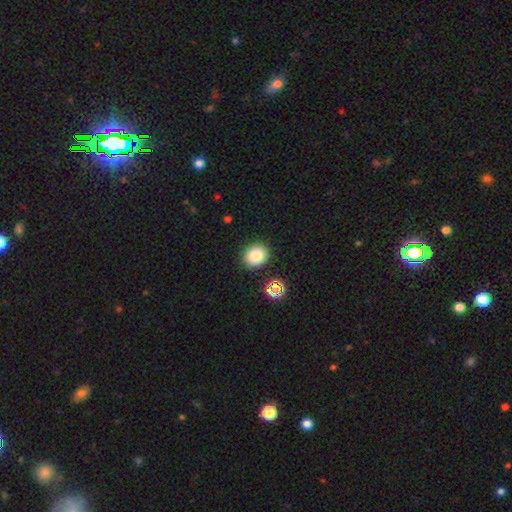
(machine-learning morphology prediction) smooth-or-featured: smooth: 81% | star or artifact: 13% | featured or disk: 6%
  how-rounded: round: 67% | in between: 32% | cigar-shaped: 1%
  merging: none: 87% | minor disturbance: 8% | merger: 3% | major disturbance: 2%